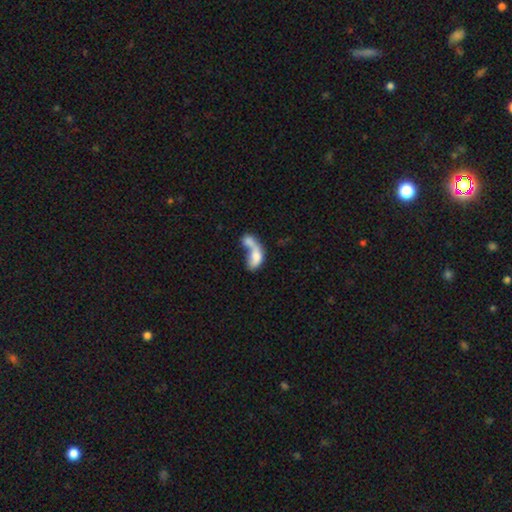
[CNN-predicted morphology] type=smooth (66%); roundness=in between (81%); merging=merger (71%).